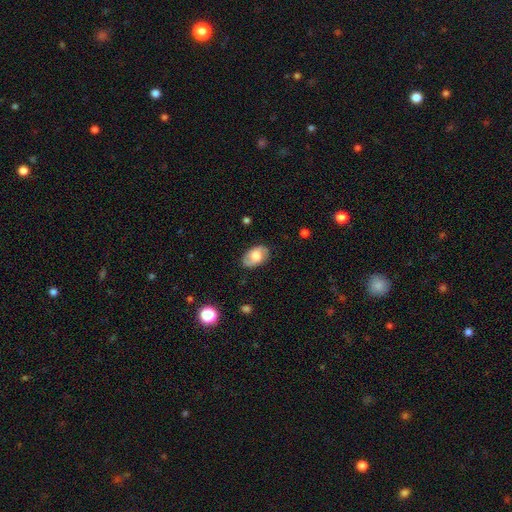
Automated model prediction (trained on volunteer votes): A smooth galaxy with no disk features (56%) that is in between round and cigar-shaped (90%). Merging: none (81%).